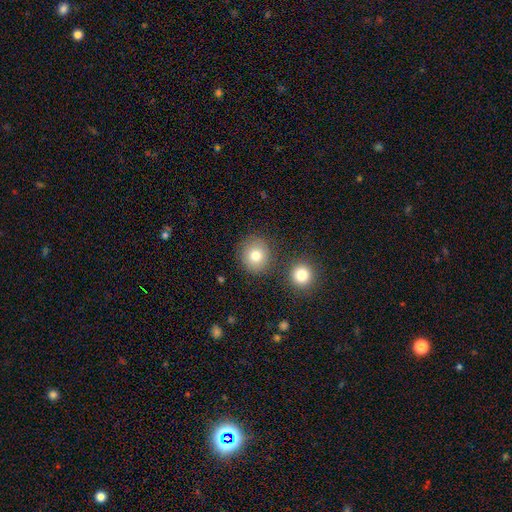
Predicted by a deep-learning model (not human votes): Smooth or featured?
  - smooth: 78% *
  - star or artifact: 11%
  - featured or disk: 11%
How rounded?
  - round: 87% *
  - in between: 12%
  - cigar-shaped: 1%
Merging?
  - none: 80% *
  - minor disturbance: 9%
  - merger: 8%
  - major disturbance: 3%